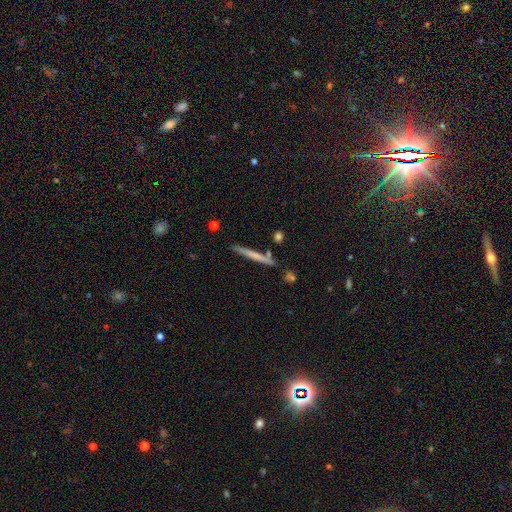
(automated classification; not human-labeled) A smooth galaxy with no disk features (55%) that is cigar-shaped (96%).

Vote fractions:
- Smooth or featured? smooth: 55% / featured or disk: 39% / star or artifact: 6%
- How rounded? cigar-shaped: 96% / in between: 2% / round: 2%
- Merging? none: 84% / minor disturbance: 10% / merger: 4% / major disturbance: 2%